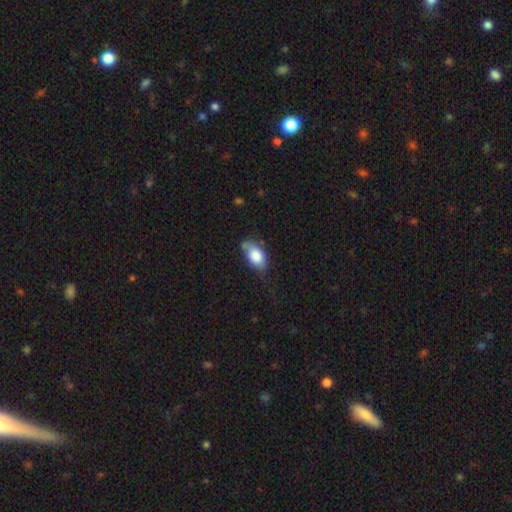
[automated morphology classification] This appears to be a smooth galaxy with no disk features (79%) that is in between round and cigar-shaped (89%). Merging: none (46%).